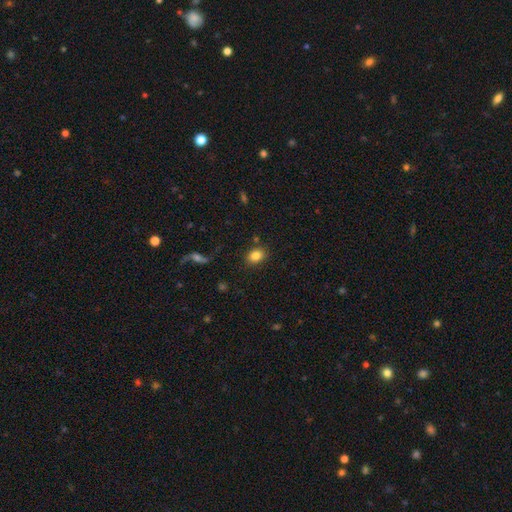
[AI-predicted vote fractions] A smooth galaxy with no disk features (84%) that is in between round and cigar-shaped (60%). Merging: none (82%).